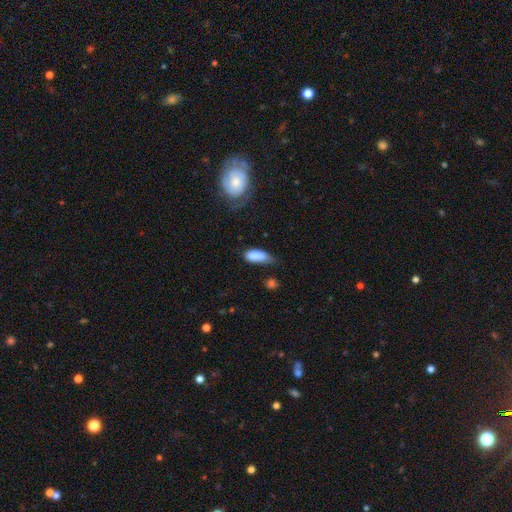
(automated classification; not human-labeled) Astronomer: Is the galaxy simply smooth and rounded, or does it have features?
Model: smooth — 83%.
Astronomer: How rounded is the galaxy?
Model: in between — 81%.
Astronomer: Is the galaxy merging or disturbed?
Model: minor disturbance — 40% (runner-up: none, 36%).